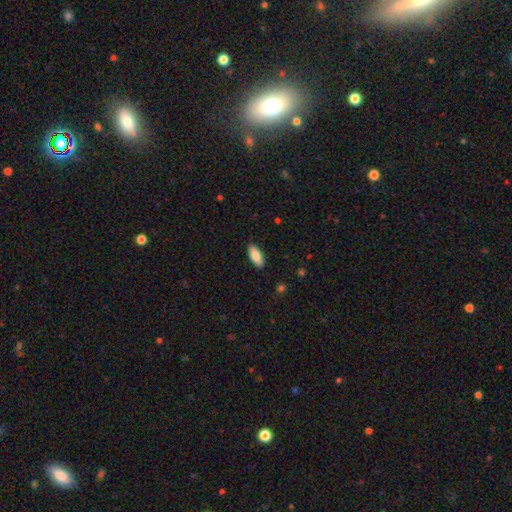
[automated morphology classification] type=smooth (83%); roundness=in between (84%); merging=none (89%).